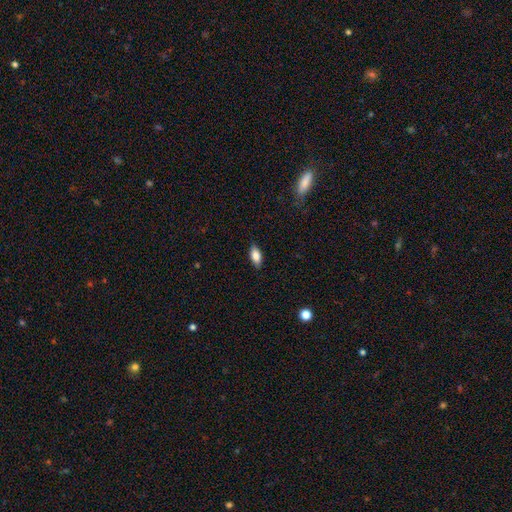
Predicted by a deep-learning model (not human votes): This appears to be a smooth galaxy with no disk features (82%) that is in between round and cigar-shaped (87%). Merging: none (87%).